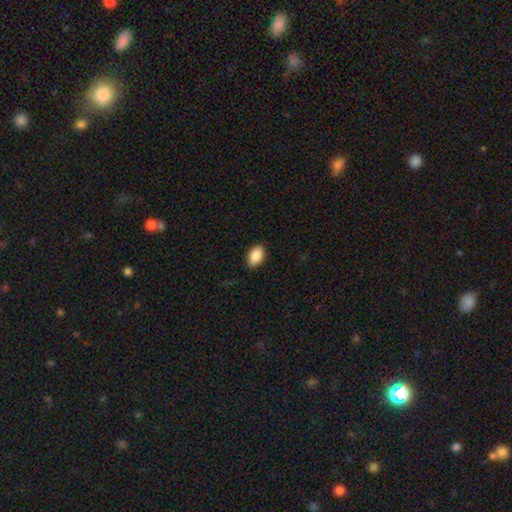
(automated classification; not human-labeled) Smooth or featured? Predicted: smooth (p=0.89). How rounded? Predicted: in between (p=0.91). Merging? Predicted: none (p=0.87).